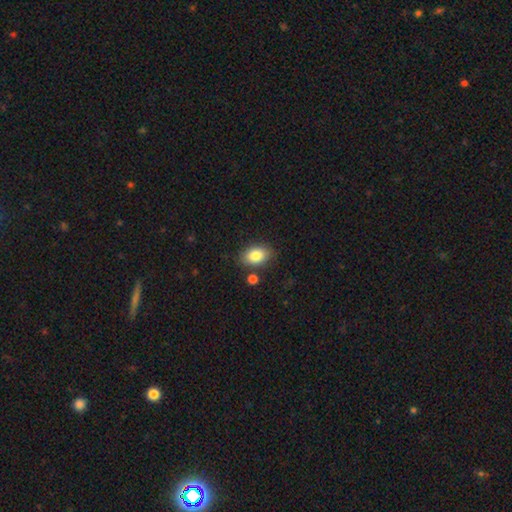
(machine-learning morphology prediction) Q: Smooth or featured?
A: smooth (85%); runner-up: star or artifact (8%)
Q: How rounded?
A: in between (84%); runner-up: round (15%)
Q: Merging?
A: none (80%); runner-up: minor disturbance (11%)